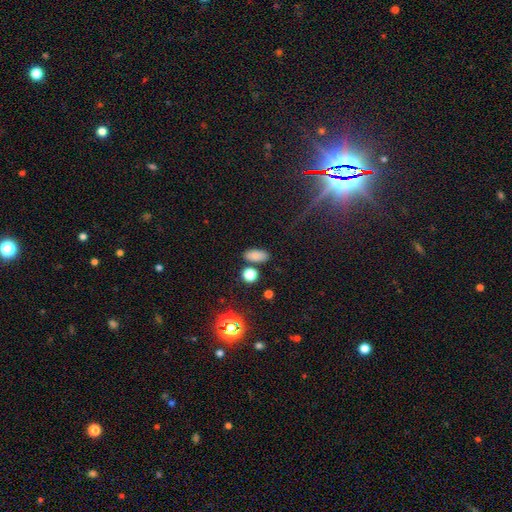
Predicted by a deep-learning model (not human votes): A smooth galaxy with no disk features (80%) that is in between round and cigar-shaped (86%). Merging: none (78%).